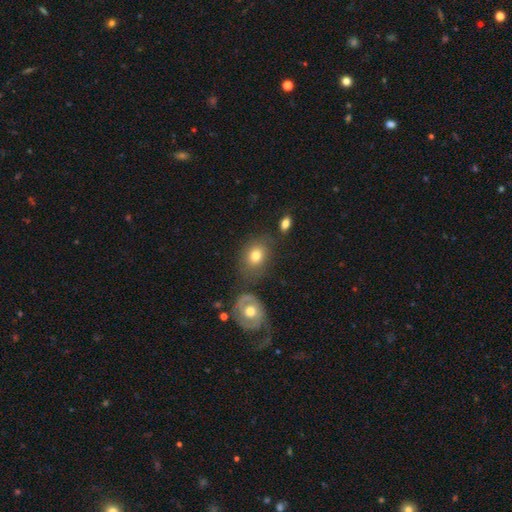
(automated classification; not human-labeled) This is likely a smooth galaxy (75%). How rounded: possibly in between (59%). Merging: likely none (65%).